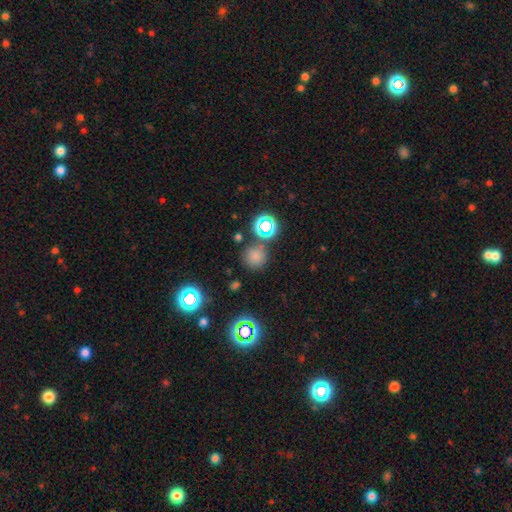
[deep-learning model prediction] This is likely a smooth galaxy (72%). How rounded: clearly round (92%). Merging: likely none (76%).